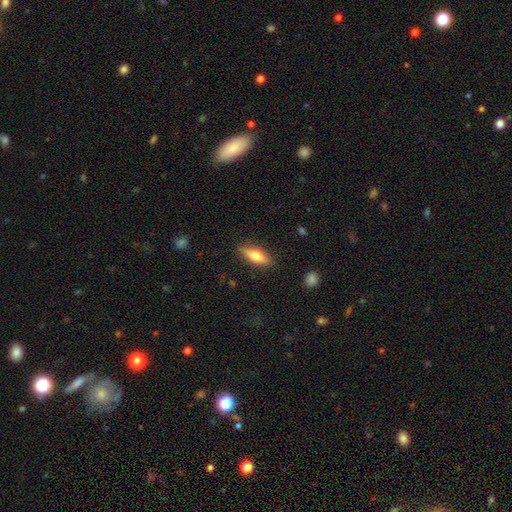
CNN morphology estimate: Smooth or featured? smooth (59%)
How rounded? cigar-shaped (50%)
Merging? none (87%)